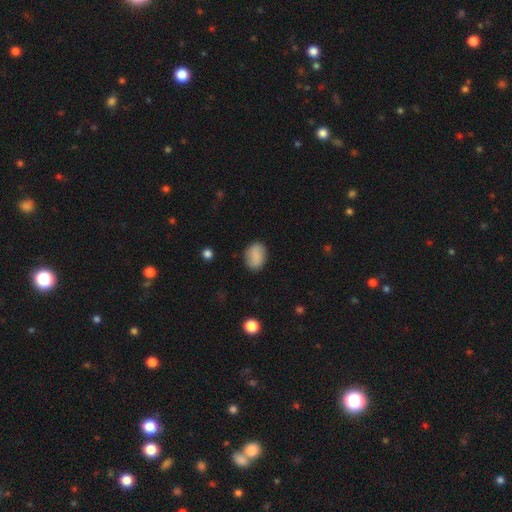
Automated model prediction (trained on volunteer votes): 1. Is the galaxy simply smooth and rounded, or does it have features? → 85% smooth, 7% star or artifact, 7% featured or disk.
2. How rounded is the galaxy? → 73% in between, 25% round, 1% cigar-shaped.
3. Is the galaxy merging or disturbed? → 84% none, 12% minor disturbance, 3% major disturbance, 1% merger.